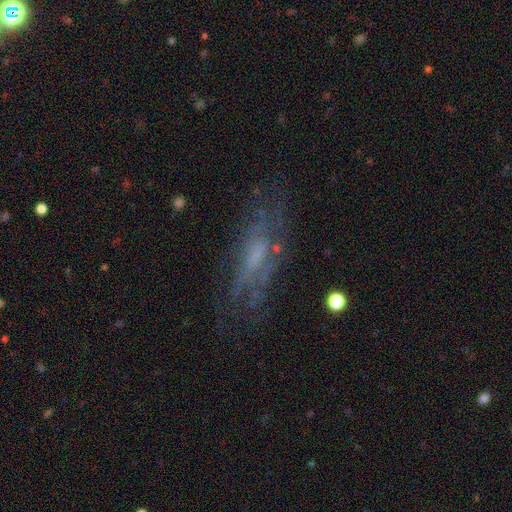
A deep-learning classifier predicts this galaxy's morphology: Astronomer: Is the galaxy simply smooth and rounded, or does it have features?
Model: featured or disk — 59%.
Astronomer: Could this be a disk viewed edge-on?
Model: no — 78%.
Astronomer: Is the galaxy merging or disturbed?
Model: none — 65%.